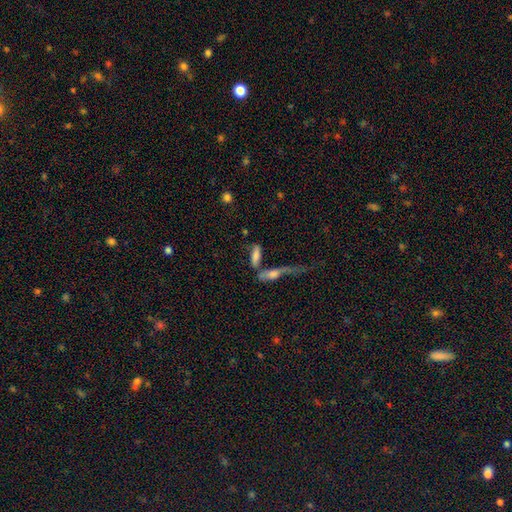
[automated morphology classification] This is likely a smooth galaxy (69%). How rounded: possibly cigar-shaped (53%). Merging: marginally merger (40%).